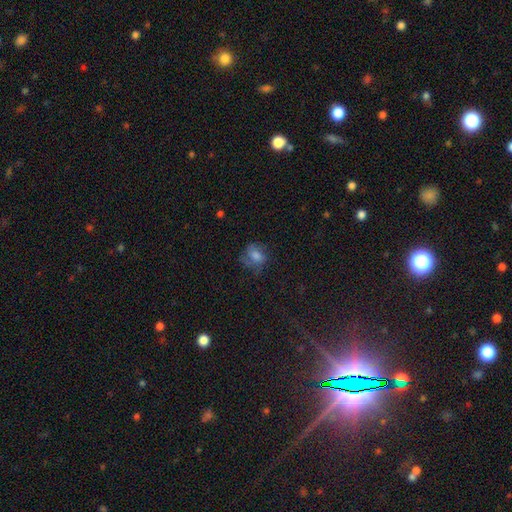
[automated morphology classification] smooth-or-featured: smooth: 59% | featured or disk: 27% | star or artifact: 14%
  how-rounded: round: 53% | in between: 46% | cigar-shaped: 1%
  merging: none: 54% | minor disturbance: 24% | major disturbance: 20% | merger: 2%